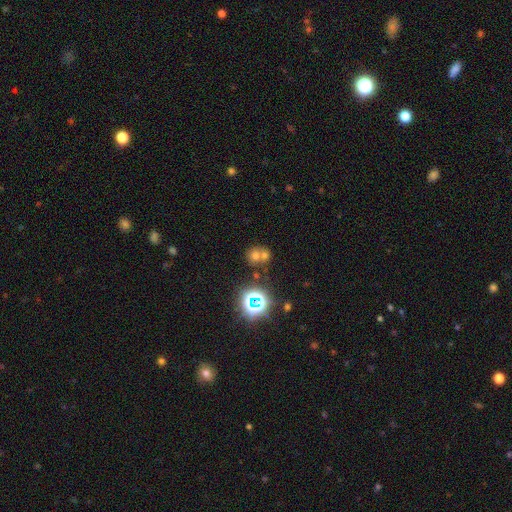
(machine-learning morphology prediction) Smooth or featured: smooth — 57% (star or artifact — 28%)
How rounded: round — 79% (in between — 20%)
Merging: merger — 50% (none — 40%)